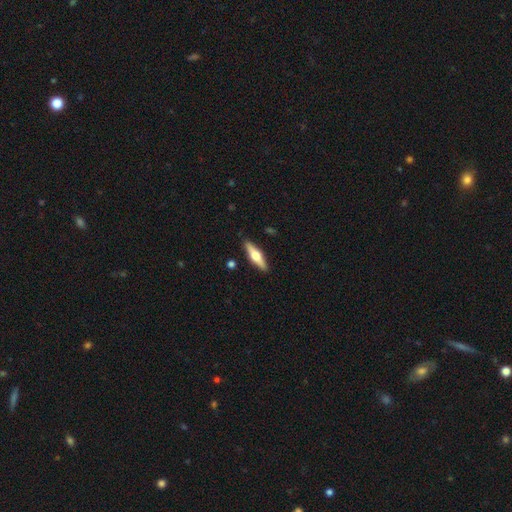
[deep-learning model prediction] Smooth or featured?
  - featured or disk: 58% *
  - smooth: 37%
  - star or artifact: 5%
Edge-on disk?
  - yes: 95% *
  - no: 5%
Edge-on bulge?
  - rounded: 94% *
  - boxy: 4%
  - none: 2%
Merging?
  - none: 90% *
  - minor disturbance: 7%
  - major disturbance: 2%
  - merger: 1%